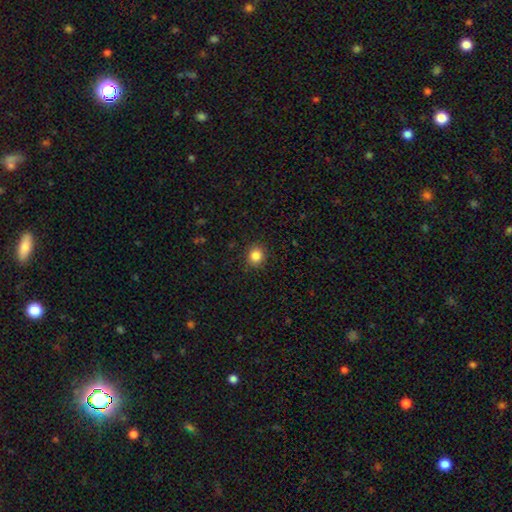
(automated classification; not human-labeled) A smooth galaxy with no disk features (85%) that is round (82%). Merging: none (90%).